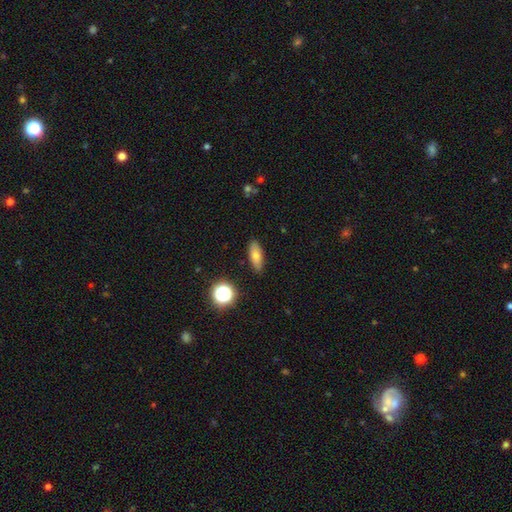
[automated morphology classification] Smooth or featured? smooth (72%)
How rounded? in between (67%)
Merging? none (87%)